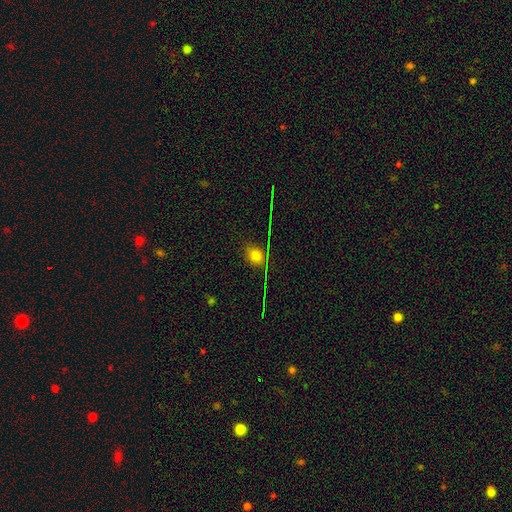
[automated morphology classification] Smooth or featured?
  - smooth: 67% *
  - star or artifact: 24%
  - featured or disk: 9%
How rounded?
  - round: 51% *
  - in between: 47%
  - cigar-shaped: 2%
Merging?
  - none: 80% *
  - minor disturbance: 13%
  - major disturbance: 4%
  - merger: 3%